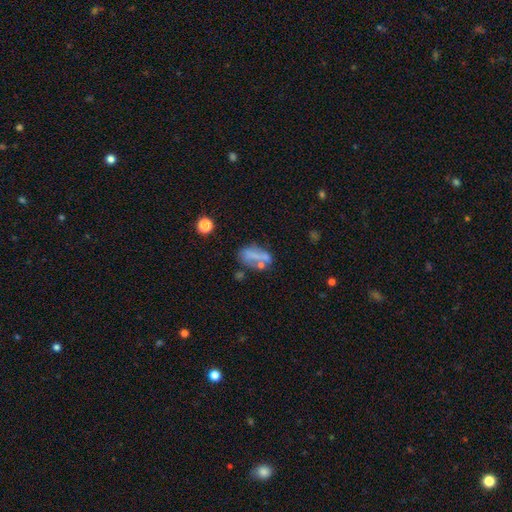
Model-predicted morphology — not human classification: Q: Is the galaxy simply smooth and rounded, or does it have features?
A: smooth — 52%.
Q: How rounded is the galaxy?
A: in between — 77%.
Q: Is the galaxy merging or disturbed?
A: none — 43%.